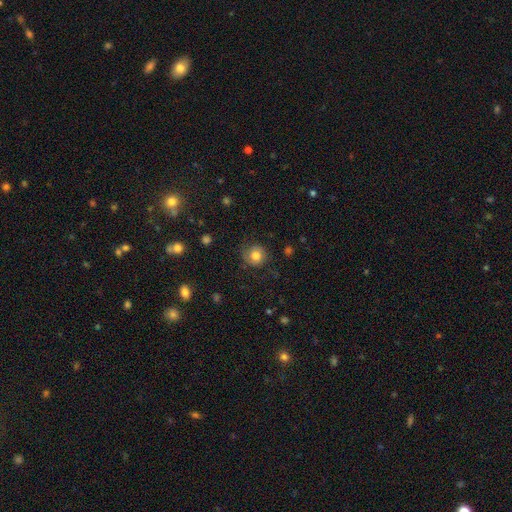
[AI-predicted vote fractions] This appears to be a smooth galaxy with no disk features (71%) that is round (87%). Merging: none (72%).